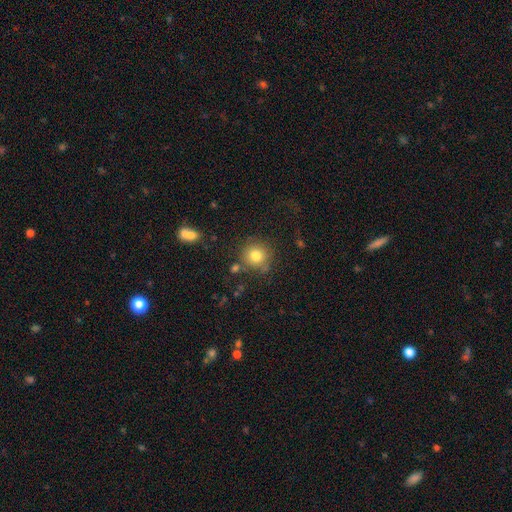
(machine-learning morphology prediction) Overall: smooth (80%). How rounded: round (91%). Merging: none (78%).